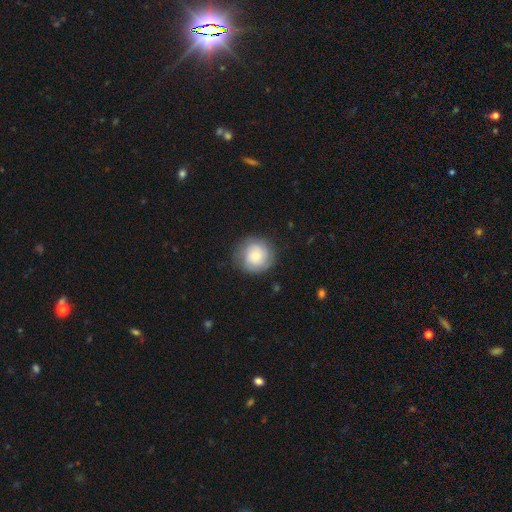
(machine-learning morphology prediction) Smooth or featured?
  - smooth: 62% *
  - featured or disk: 30%
  - star or artifact: 8%
How rounded?
  - round: 93% *
  - in between: 7%
  - cigar-shaped: 1%
Merging?
  - none: 80% *
  - minor disturbance: 14%
  - major disturbance: 5%
  - merger: 1%